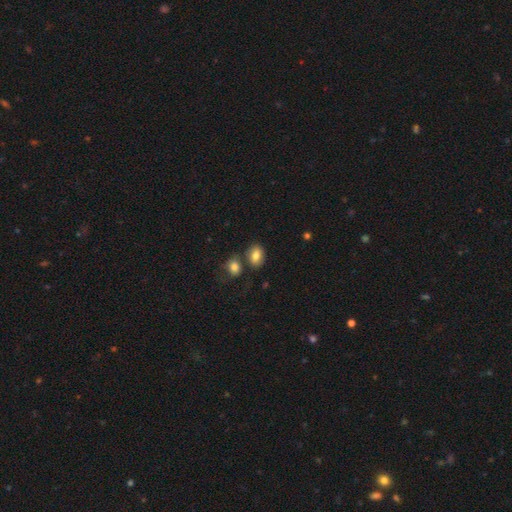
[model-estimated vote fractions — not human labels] Smooth or featured? Predicted: smooth (p=0.81). How rounded? Predicted: in between (p=0.75). Merging? Predicted: none (p=0.65).